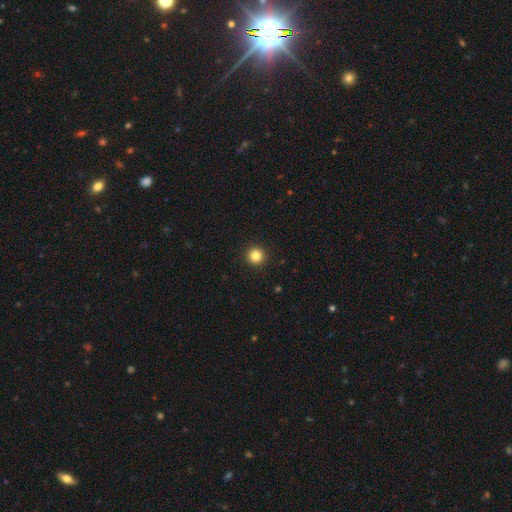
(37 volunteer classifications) This is clearly a smooth galaxy (92%). How rounded: clearly round (100%). Merging: clearly none (92%).